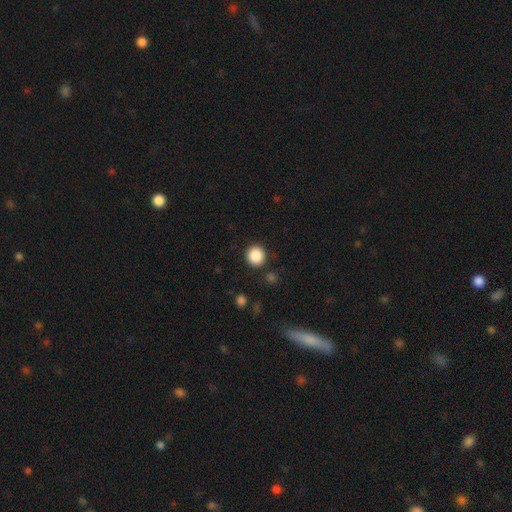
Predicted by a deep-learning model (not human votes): The model was most divided on "smooth or featured": smooth: 88%, star or artifact: 9%, featured or disk: 3%. More confident: how rounded — round (92%); merging — none (90%).